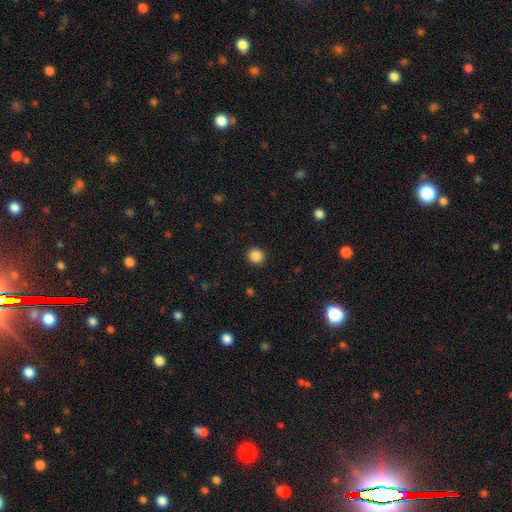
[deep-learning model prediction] smooth_or_featured: smooth (p=0.87) [alt: star or artifact p=0.10]
how_rounded: round (p=0.90) [alt: in between p=0.09]
merging: none (p=0.92) [alt: minor disturbance p=0.05]